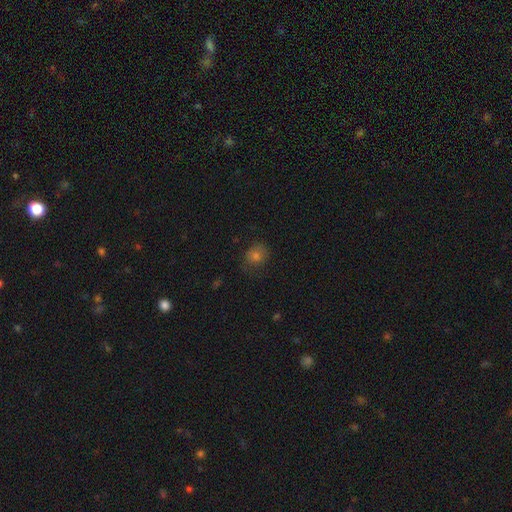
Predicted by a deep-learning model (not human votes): smooth-or-featured: smooth: 70% | star or artifact: 18% | featured or disk: 12%
  how-rounded: round: 73% | in between: 26% | cigar-shaped: 1%
  merging: none: 72% | minor disturbance: 19% | major disturbance: 7% | merger: 1%